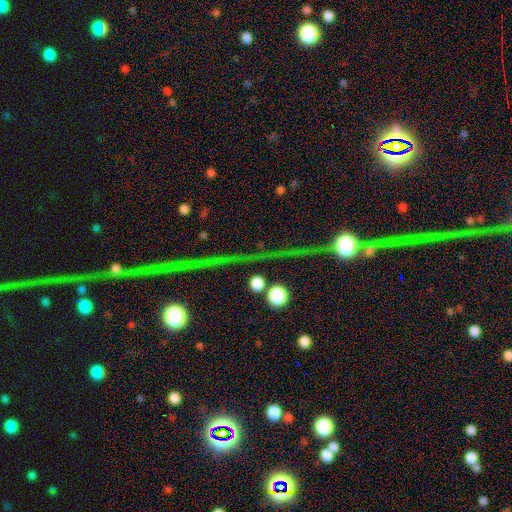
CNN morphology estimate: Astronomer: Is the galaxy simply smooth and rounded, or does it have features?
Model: star or artifact — 77%.